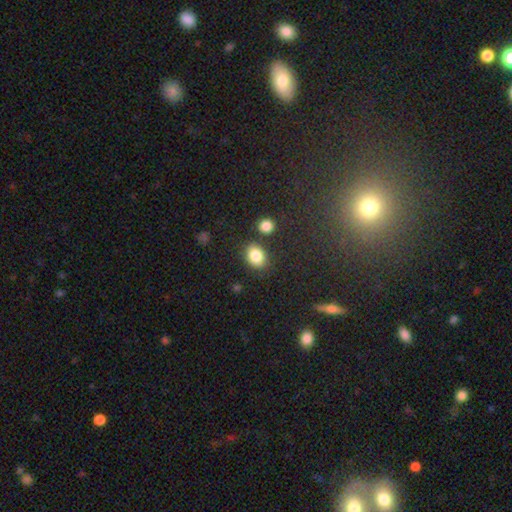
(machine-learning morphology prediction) Smooth or featured? Predicted: smooth (p=0.84). How rounded? Predicted: in between (p=0.62). Merging? Predicted: none (p=0.78).